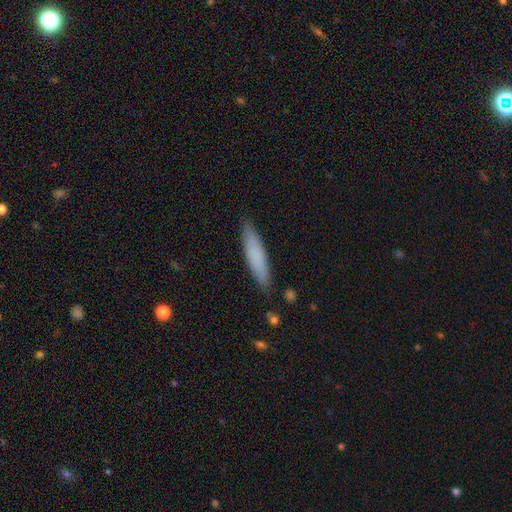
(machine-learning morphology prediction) Smooth or featured?
  - smooth: 78% *
  - featured or disk: 16%
  - star or artifact: 6%
How rounded?
  - cigar-shaped: 83% *
  - in between: 16%
  - round: 1%
Merging?
  - none: 87% *
  - minor disturbance: 9%
  - major disturbance: 2%
  - merger: 1%